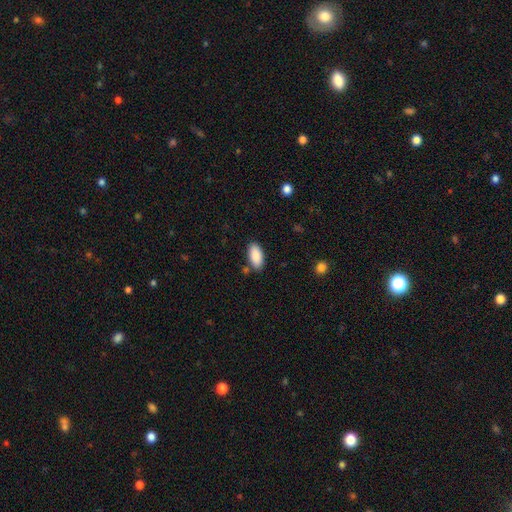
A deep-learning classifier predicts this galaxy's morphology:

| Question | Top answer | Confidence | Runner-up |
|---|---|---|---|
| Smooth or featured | smooth | 89% | star or artifact (6%) |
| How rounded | in between | 92% | cigar-shaped (6%) |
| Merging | none | 83% | minor disturbance (11%) |